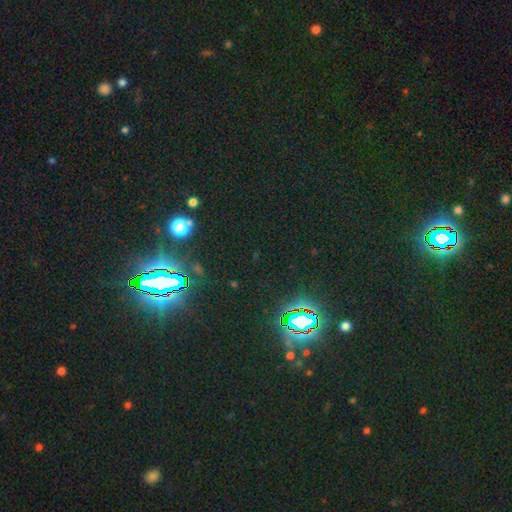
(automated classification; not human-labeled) Smooth or featured: star or artifact — 83% (smooth — 10%)